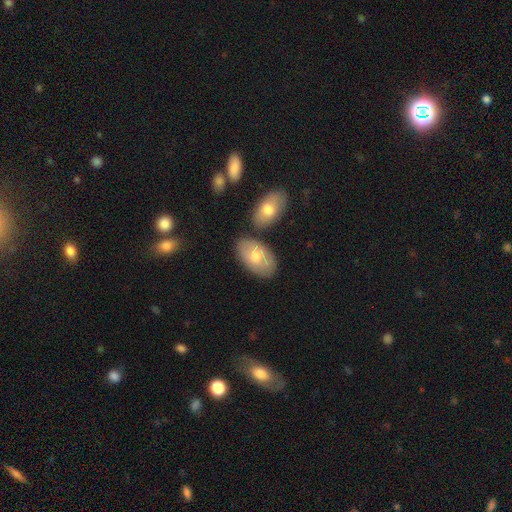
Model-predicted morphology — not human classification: Smooth or featured?
  - smooth: 65% *
  - featured or disk: 29%
  - star or artifact: 6%
How rounded?
  - in between: 94% *
  - round: 5%
  - cigar-shaped: 1%
Merging?
  - none: 69% *
  - minor disturbance: 16%
  - merger: 11%
  - major disturbance: 4%